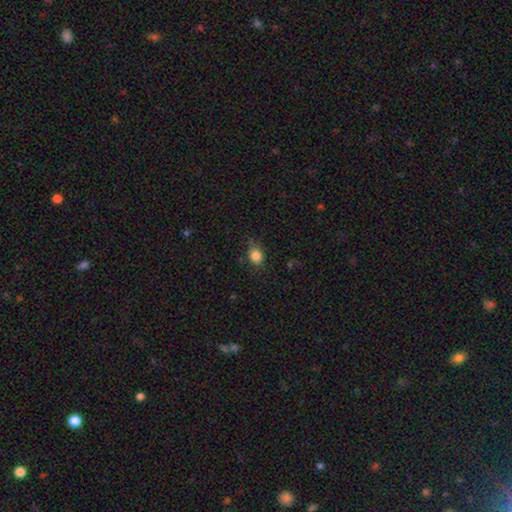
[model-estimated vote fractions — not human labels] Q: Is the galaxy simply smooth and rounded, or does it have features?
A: smooth — 84%.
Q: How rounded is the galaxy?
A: round — 68%.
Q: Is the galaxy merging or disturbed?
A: none — 74%.